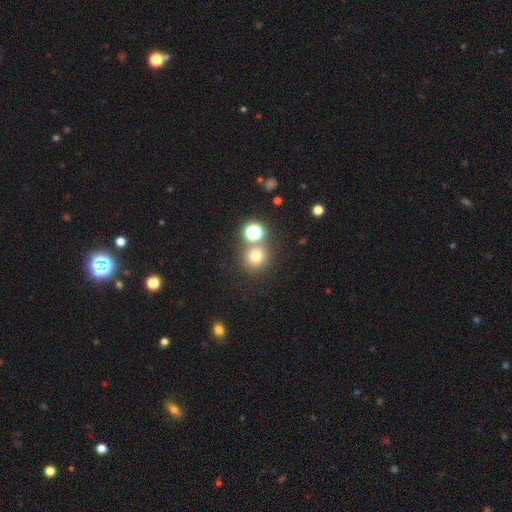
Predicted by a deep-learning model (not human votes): Overall: smooth (72%). How rounded: round (91%). Merging: none (70%).